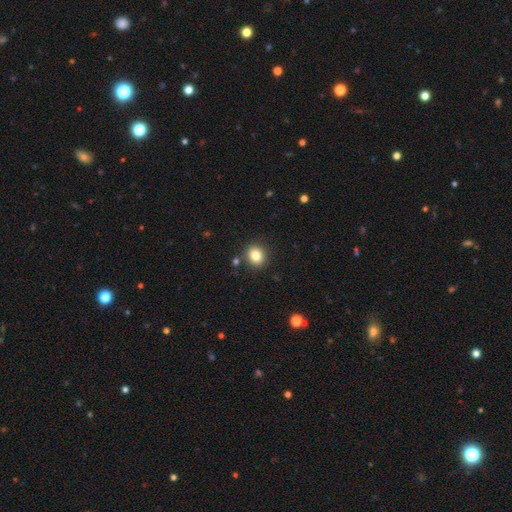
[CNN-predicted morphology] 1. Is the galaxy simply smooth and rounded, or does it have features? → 83% smooth, 10% star or artifact, 6% featured or disk.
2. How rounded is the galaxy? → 73% round, 26% in between, 1% cigar-shaped.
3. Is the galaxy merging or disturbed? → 87% none, 8% minor disturbance, 3% merger, 2% major disturbance.